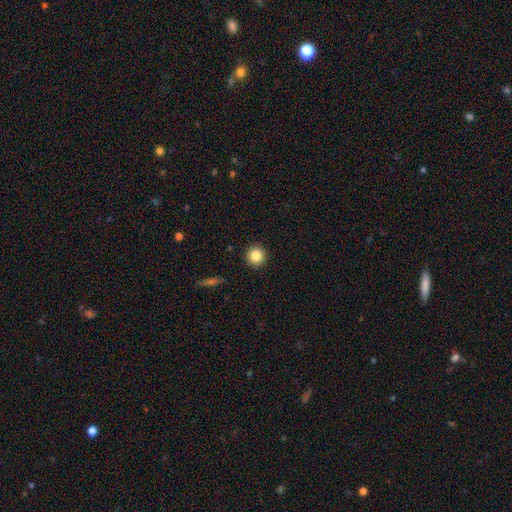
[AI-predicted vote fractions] Morphology: type=smooth (84%); roundness=round (95%); merging=none (92%).